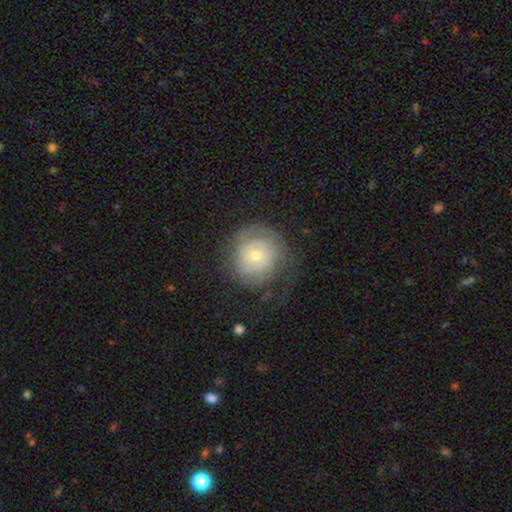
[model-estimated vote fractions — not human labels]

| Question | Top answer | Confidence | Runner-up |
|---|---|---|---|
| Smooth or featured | featured or disk | 71% | smooth (22%) |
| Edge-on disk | no | 97% | yes (3%) |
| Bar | no | 69% | weak (26%) |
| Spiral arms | yes | 88% | no (12%) |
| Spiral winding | tight | 64% | medium (26%) |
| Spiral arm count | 2 | 38% | can't tell (36%) |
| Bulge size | small | 54% | moderate (41%) |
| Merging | none | 64% | minor disturbance (19%) |